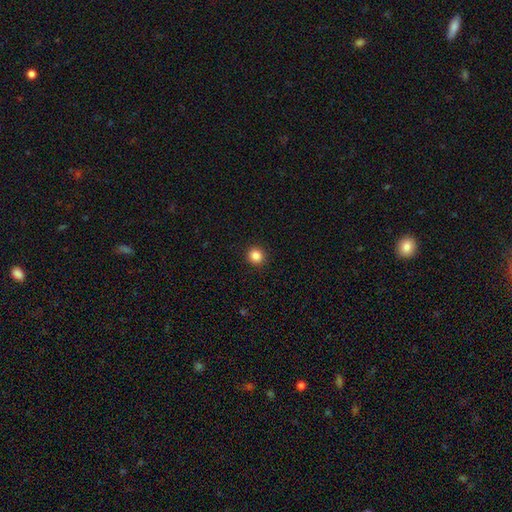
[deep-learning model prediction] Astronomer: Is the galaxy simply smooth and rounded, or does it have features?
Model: smooth — 85%.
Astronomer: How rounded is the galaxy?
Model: round — 92%.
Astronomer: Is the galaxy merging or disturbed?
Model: none — 93%.